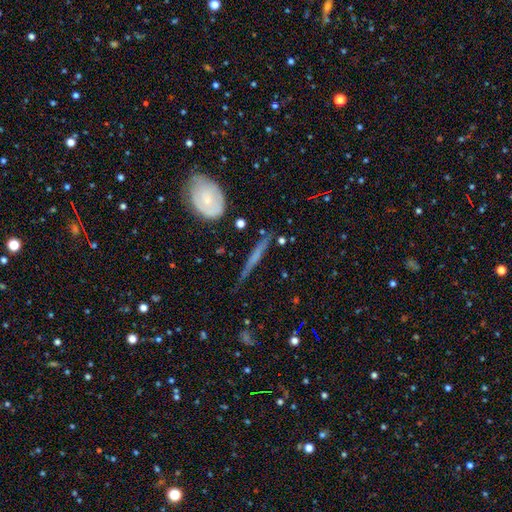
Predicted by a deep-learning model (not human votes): Q: Smooth or featured?
A: featured or disk (56%); runner-up: smooth (34%)
Q: Edge-on disk?
A: yes (89%); runner-up: no (11%)
Q: Merging?
A: none (74%); runner-up: minor disturbance (18%)